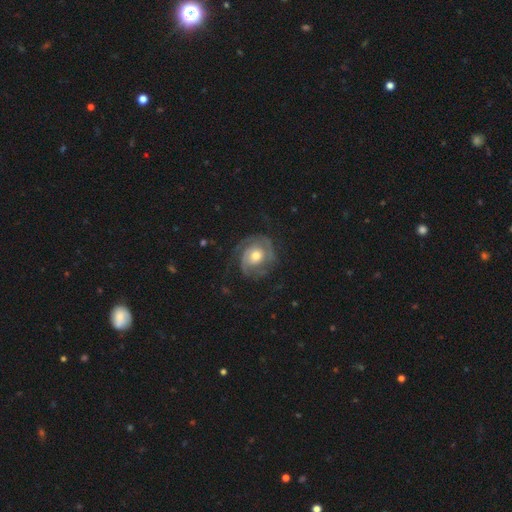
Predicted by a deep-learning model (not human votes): Smooth or featured? Predicted: featured or disk (p=0.82). Edge-on disk? Predicted: no (p=0.98). Bar? Predicted: no (p=0.77). Spiral arms? Predicted: yes (p=0.93). Spiral winding? Predicted: tight (p=0.59). Spiral arm count? Predicted: 2 (p=0.45). Bulge size? Predicted: moderate (p=0.73). Merging? Predicted: none (p=0.66).